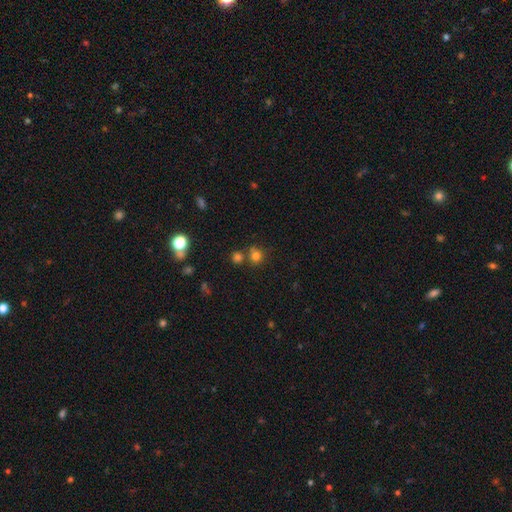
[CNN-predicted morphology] A smooth galaxy with no disk features (74%) that is round (89%).

Vote fractions:
- Smooth or featured? smooth: 74% / star or artifact: 18% / featured or disk: 7%
- How rounded? round: 89% / in between: 10% / cigar-shaped: 1%
- Merging? none: 67% / merger: 22% / minor disturbance: 8% / major disturbance: 3%